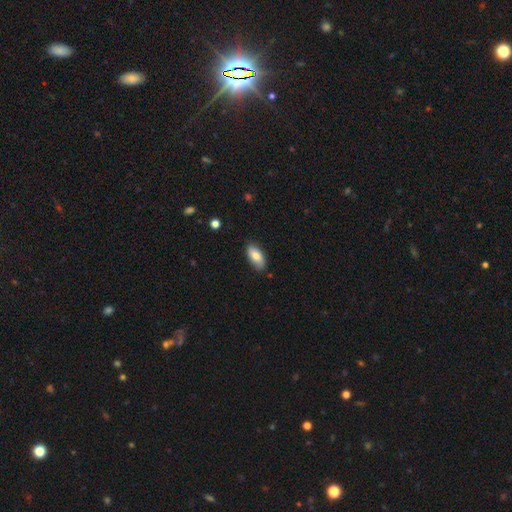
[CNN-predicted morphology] Q: Smooth or featured?
A: smooth (80%); runner-up: featured or disk (14%)
Q: How rounded?
A: in between (91%); runner-up: cigar-shaped (6%)
Q: Merging?
A: none (84%); runner-up: minor disturbance (13%)